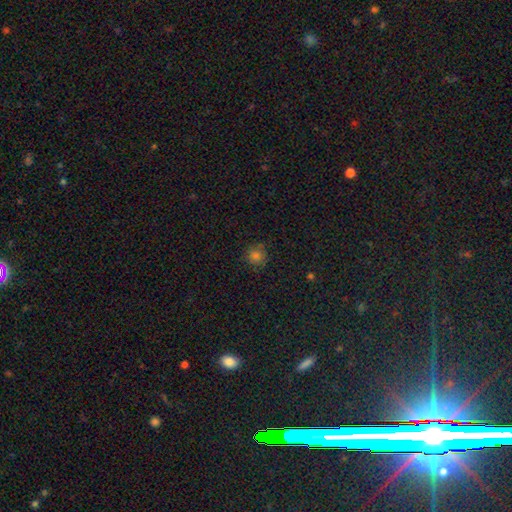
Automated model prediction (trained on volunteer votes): The model was most divided on "smooth or featured": smooth: 77%, star or artifact: 17%, featured or disk: 5%. More confident: how rounded — round (93%); merging — none (84%).